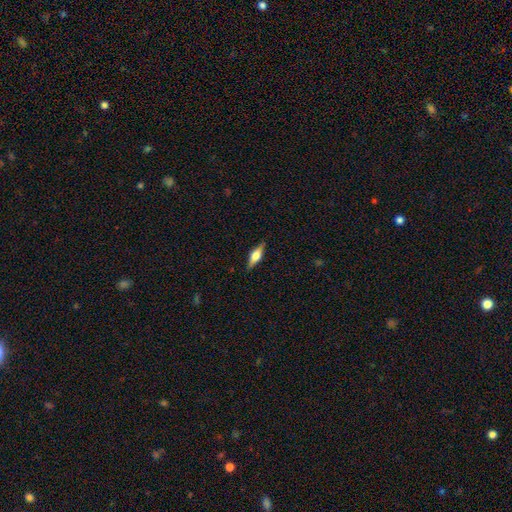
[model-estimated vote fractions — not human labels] smooth-or-featured: featured or disk: 58% | smooth: 36% | star or artifact: 6%
  disk-edge-on: yes: 95% | no: 5%
    edge-on-bulge: rounded: 91% | boxy: 7% | none: 2%
  merging: none: 89% | minor disturbance: 9% | major disturbance: 2% | merger: 1%